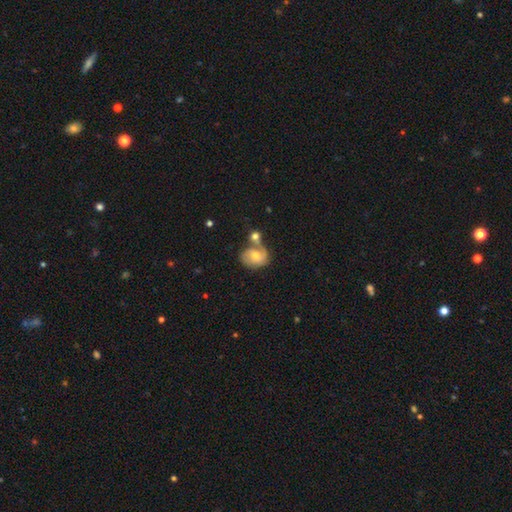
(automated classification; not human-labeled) A featured or disk galaxy (52%). Merging: merger (37%).